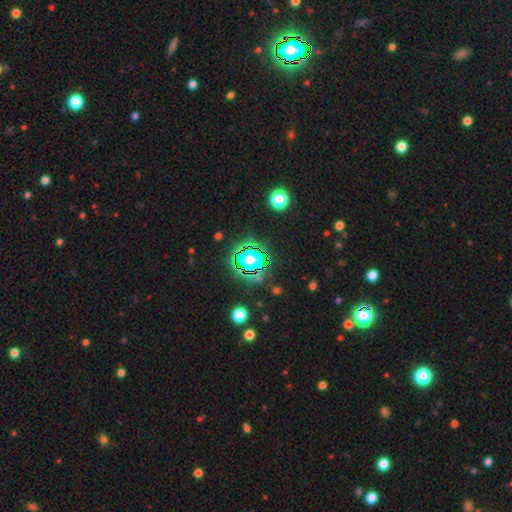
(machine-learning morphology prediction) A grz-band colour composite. It shows a star or artifact, not a galaxy (71%).